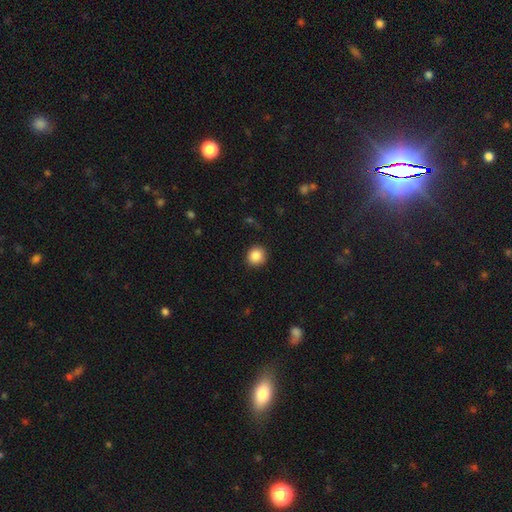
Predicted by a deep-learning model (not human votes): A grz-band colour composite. It shows a smooth galaxy with no disk features (86%) that is round (89%). Merging: none (88%).